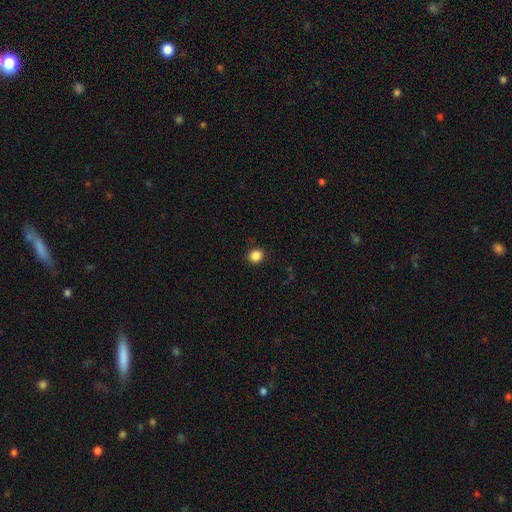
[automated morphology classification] This is clearly a smooth galaxy (86%). How rounded: clearly round (82%). Merging: clearly none (91%).